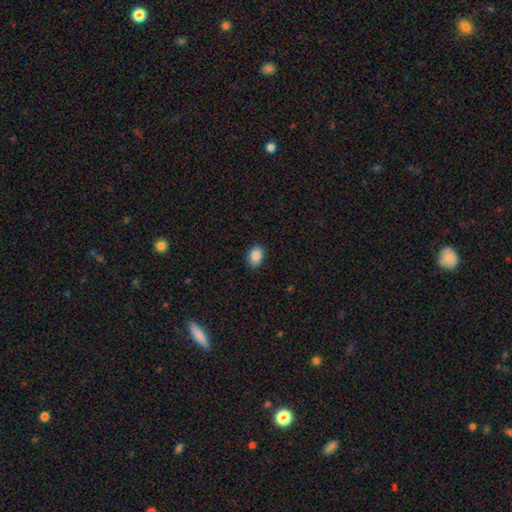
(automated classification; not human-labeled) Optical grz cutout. It shows a smooth galaxy with no disk features (89%) that is in between round and cigar-shaped (77%). Merging: none (88%).